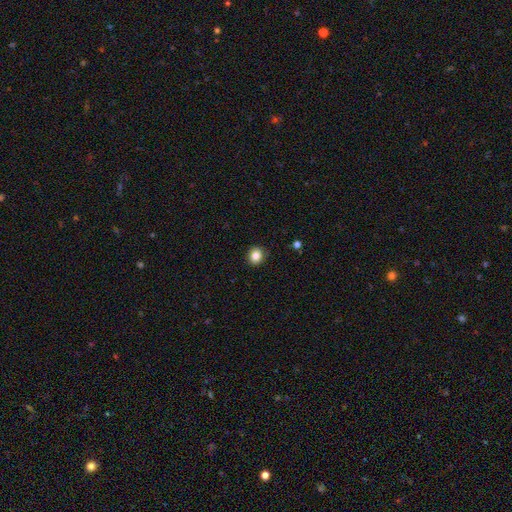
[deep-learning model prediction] A smooth galaxy with no disk features (85%) that is round (76%). Merging: none (90%).